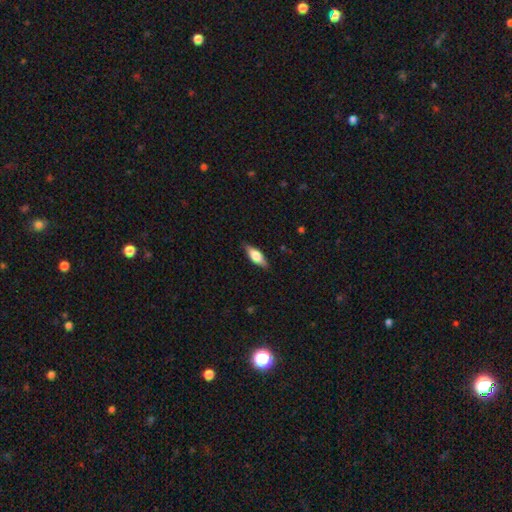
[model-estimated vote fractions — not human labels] Smooth or featured? smooth (60%)
How rounded? in between (66%)
Merging? none (84%)